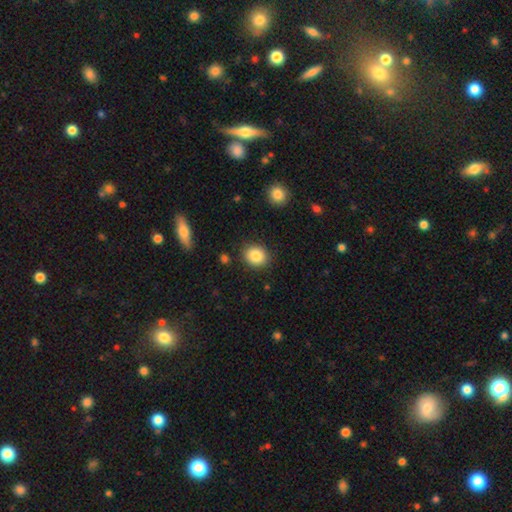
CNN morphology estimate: A smooth galaxy with no disk features (85%) that is round (68%). Merging: none (87%).